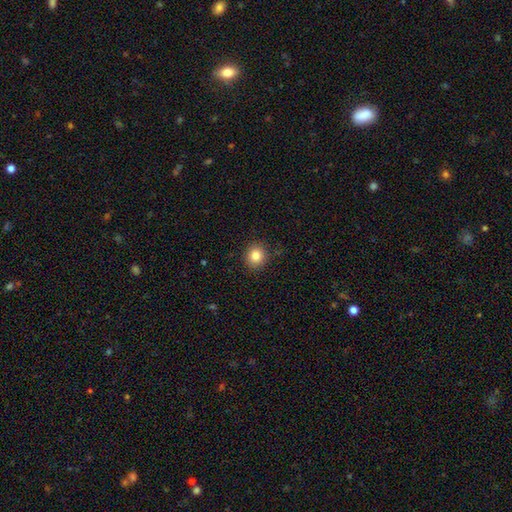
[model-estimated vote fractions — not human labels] smooth-or-featured: smooth: 84% | star or artifact: 10% | featured or disk: 6%
  how-rounded: round: 84% | in between: 15% | cigar-shaped: 1%
  merging: none: 89% | minor disturbance: 7% | major disturbance: 2% | merger: 1%